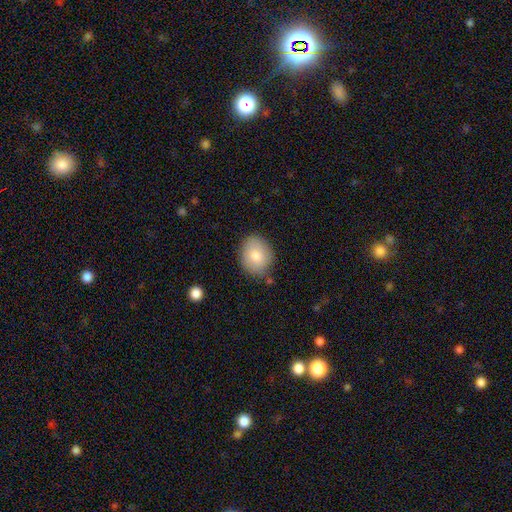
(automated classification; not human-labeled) This is clearly a smooth galaxy (81%). How rounded: possibly round (50%). Merging: clearly none (80%).